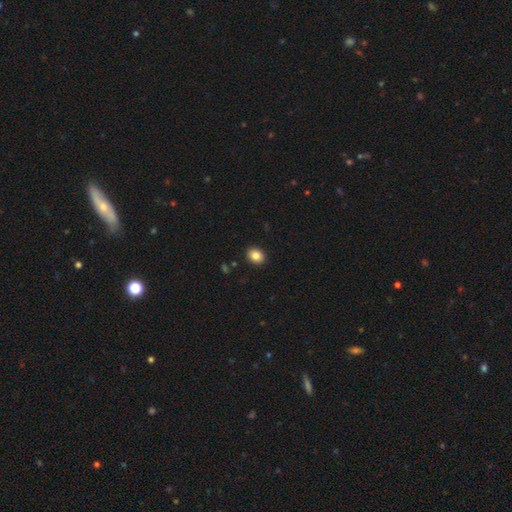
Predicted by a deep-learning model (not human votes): This appears to be a smooth galaxy with no disk features (84%) that is round (52%). Merging: none (91%).